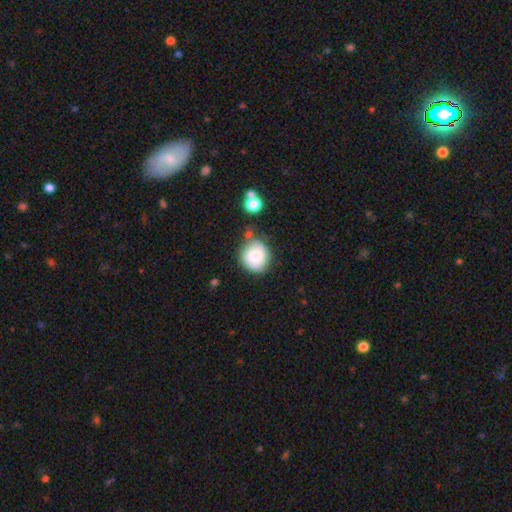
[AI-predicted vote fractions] Smooth or featured? Predicted: smooth (p=0.72). How rounded? Predicted: round (p=0.80). Merging? Predicted: none (p=0.63).